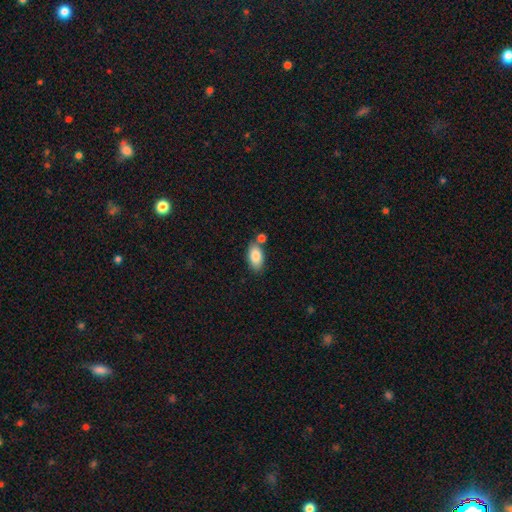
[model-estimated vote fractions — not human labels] This is clearly a smooth galaxy (85%). How rounded: clearly in between (93%). Merging: likely none (65%).